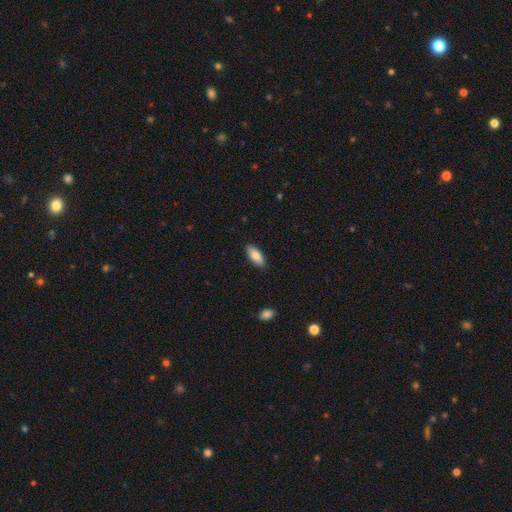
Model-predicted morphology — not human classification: The model was most divided on "how rounded": in between: 85%, cigar-shaped: 13%, round: 2%. More confident: merging — none (88%); smooth or featured — smooth (85%).